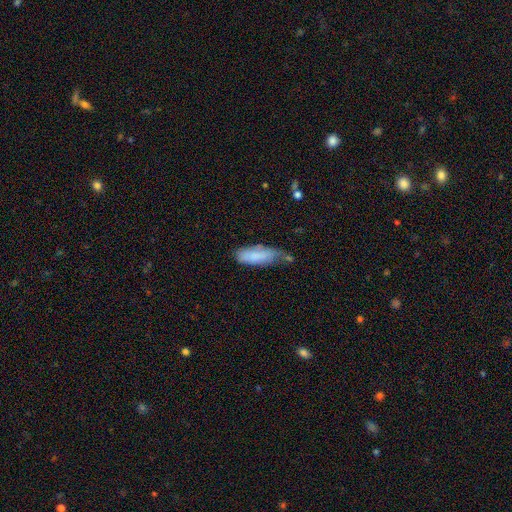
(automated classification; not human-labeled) Q: Smooth or featured?
A: smooth (79%); runner-up: featured or disk (14%)
Q: How rounded?
A: in between (64%); runner-up: cigar-shaped (34%)
Q: Merging?
A: minor disturbance (40%); runner-up: none (39%)